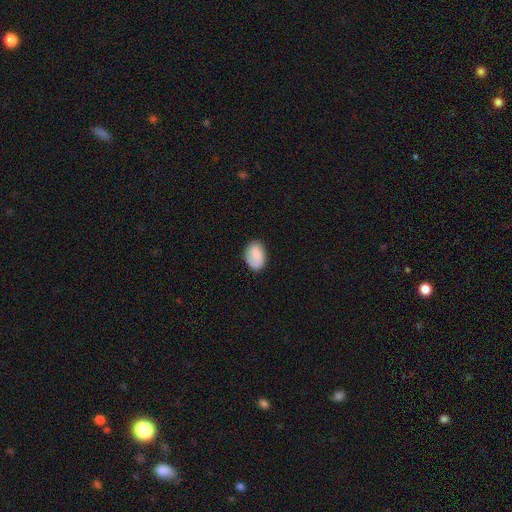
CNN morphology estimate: Smooth or featured?
  - smooth: 79% *
  - featured or disk: 14%
  - star or artifact: 7%
How rounded?
  - in between: 84% *
  - round: 15%
  - cigar-shaped: 1%
Merging?
  - none: 76% *
  - minor disturbance: 18%
  - major disturbance: 5%
  - merger: 1%